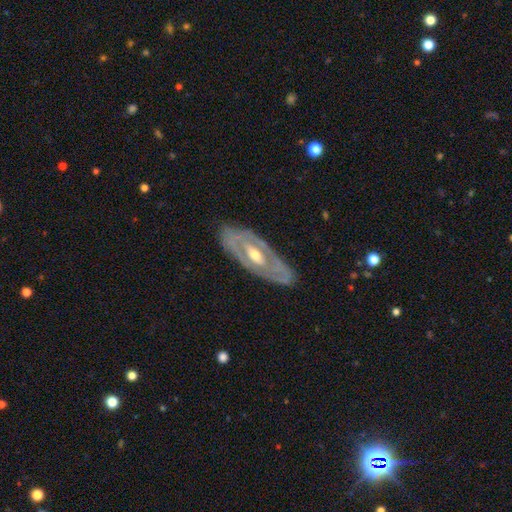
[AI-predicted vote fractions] featured or disk 79%, smooth 16%, star or artifact 5%. Down the decision tree: edge-on disk — no (82%); bar — no (53%); spiral arms — no (54%); bulge size — moderate (67%); merging — none (82%).